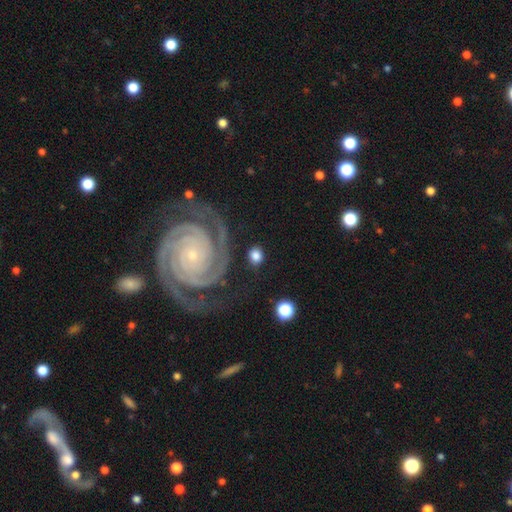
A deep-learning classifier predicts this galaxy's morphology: This is likely a smooth galaxy (62%). How rounded: likely round (67%). Merging: likely none (79%).